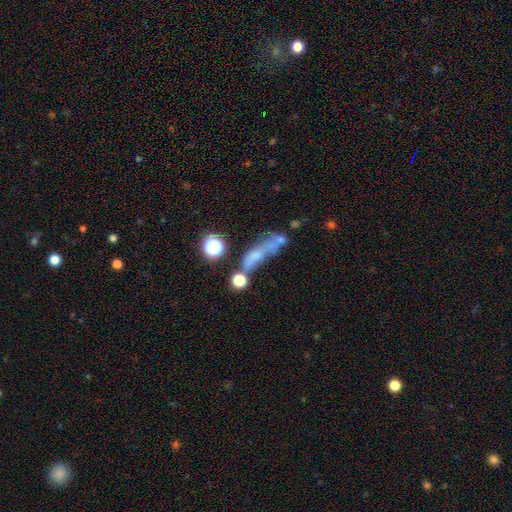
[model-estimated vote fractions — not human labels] A featured or disk galaxy (39%, tied with smooth).

Vote fractions:
- Smooth or featured? featured or disk: 39% (tied) / smooth: 39% (tied) / star or artifact: 22%
- Merging? none: 31% / merger: 29% / major disturbance: 24% / minor disturbance: 17%